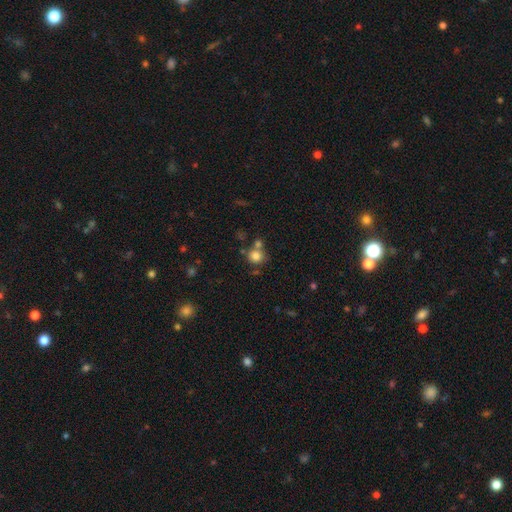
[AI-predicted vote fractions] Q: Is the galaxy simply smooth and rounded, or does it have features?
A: smooth — 80%.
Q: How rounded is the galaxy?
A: round — 87%.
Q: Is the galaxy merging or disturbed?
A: none — 62%.